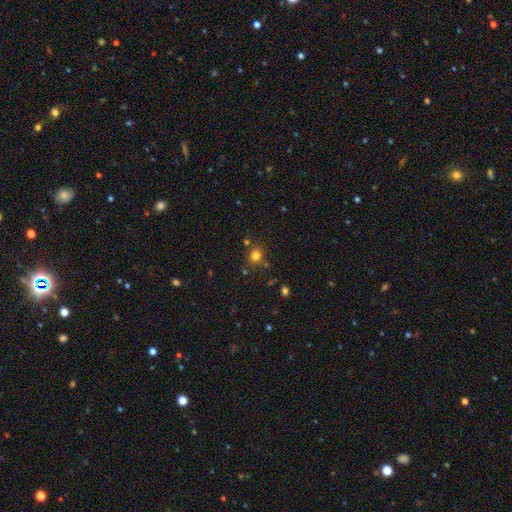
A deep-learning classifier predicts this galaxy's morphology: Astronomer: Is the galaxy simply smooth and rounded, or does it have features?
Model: smooth — 77%.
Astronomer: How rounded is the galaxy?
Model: round — 89%.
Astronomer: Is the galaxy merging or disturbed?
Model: none — 79%.